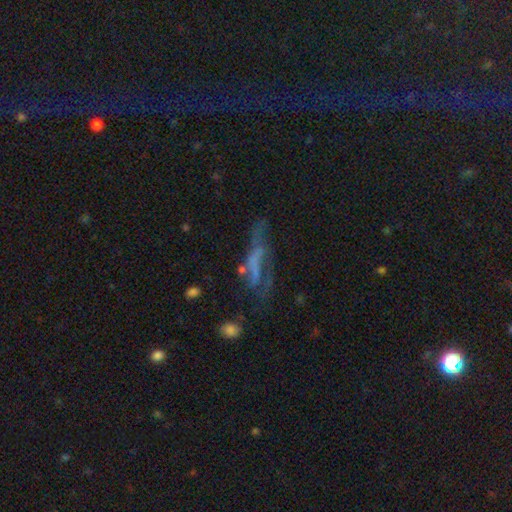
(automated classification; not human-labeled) Overall: featured or disk (42%; smooth 29%). Merging: none (50%; major disturbance 23%).